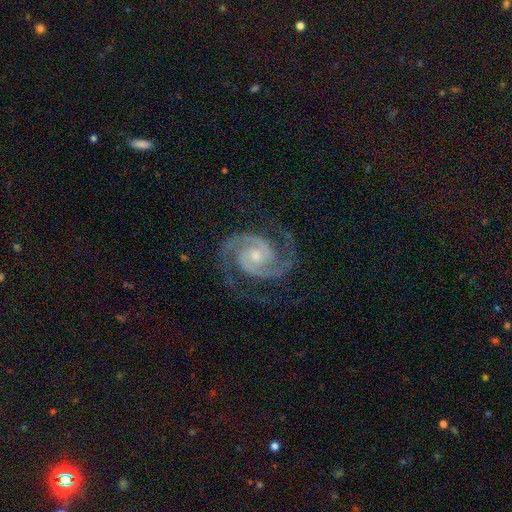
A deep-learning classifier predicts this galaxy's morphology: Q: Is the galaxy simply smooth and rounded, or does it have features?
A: featured or disk — 94%.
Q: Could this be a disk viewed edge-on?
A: no — 98%.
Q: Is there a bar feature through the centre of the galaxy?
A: no — 60%.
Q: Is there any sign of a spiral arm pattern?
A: yes — 99%.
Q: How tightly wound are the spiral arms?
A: medium — 49%.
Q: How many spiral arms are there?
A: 2 — 93%.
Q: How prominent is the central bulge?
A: small — 48%.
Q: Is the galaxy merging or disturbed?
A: none — 80%.